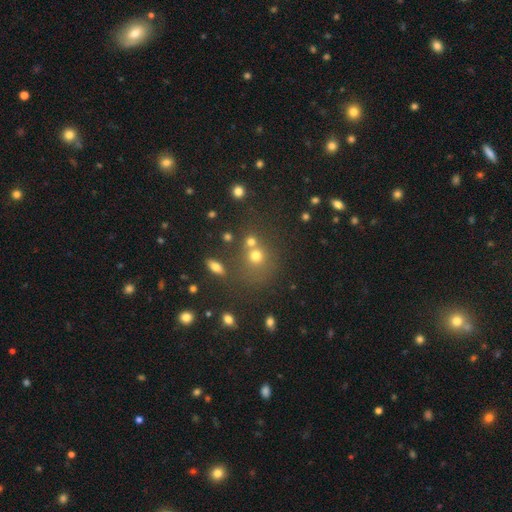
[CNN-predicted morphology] smooth 67%, star or artifact 20%, featured or disk 14%. Down the decision tree: how rounded — round (82%); merging — none (53%).